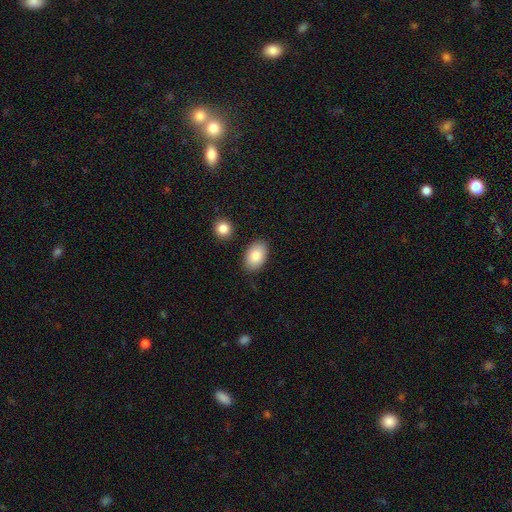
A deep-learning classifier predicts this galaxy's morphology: Q: Smooth or featured?
A: smooth (86%); runner-up: featured or disk (7%)
Q: How rounded?
A: in between (92%); runner-up: round (7%)
Q: Merging?
A: none (84%); runner-up: minor disturbance (11%)